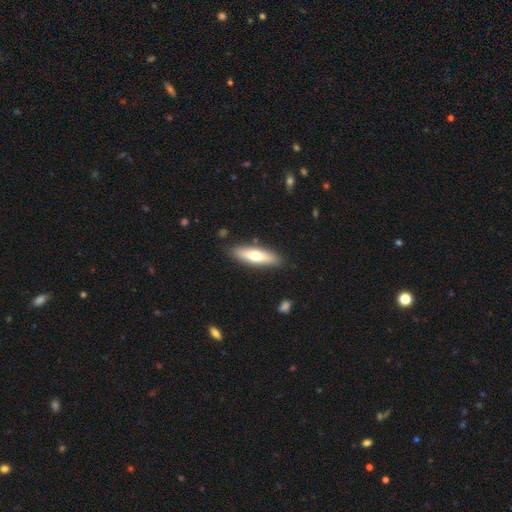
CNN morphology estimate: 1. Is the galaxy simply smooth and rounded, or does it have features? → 57% smooth, 37% featured or disk, 5% star or artifact.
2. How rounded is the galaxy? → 62% cigar-shaped, 36% in between, 2% round.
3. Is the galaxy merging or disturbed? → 87% none, 9% minor disturbance, 2% major disturbance, 2% merger.